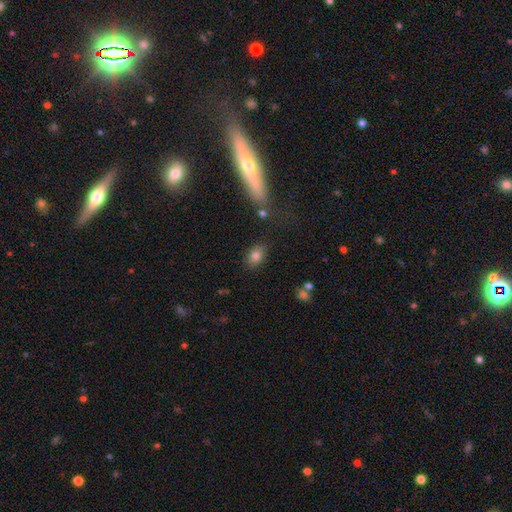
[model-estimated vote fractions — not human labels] Overall: smooth (80%). How rounded: in between (77%). Merging: none (79%).